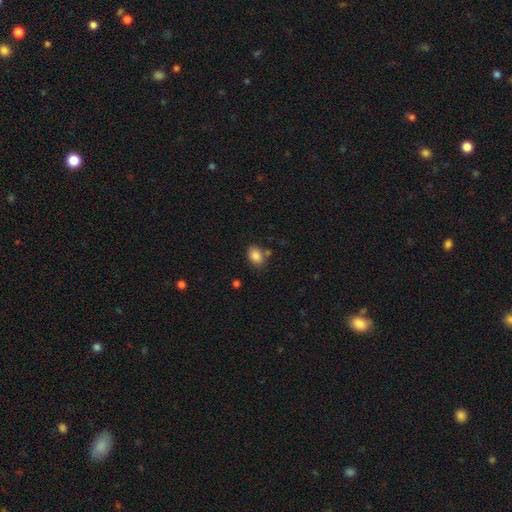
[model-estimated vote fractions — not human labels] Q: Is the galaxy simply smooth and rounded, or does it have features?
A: smooth — 86%.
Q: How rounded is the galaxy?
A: in between — 75%.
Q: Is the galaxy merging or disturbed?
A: none — 74%.